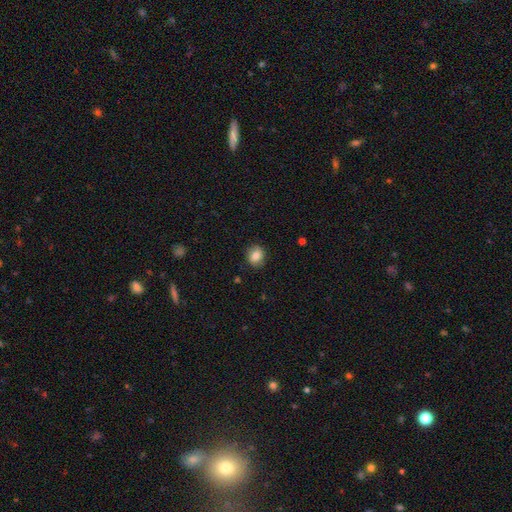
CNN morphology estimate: Smooth or featured? smooth (84%)
How rounded? round (64%)
Merging? none (87%)